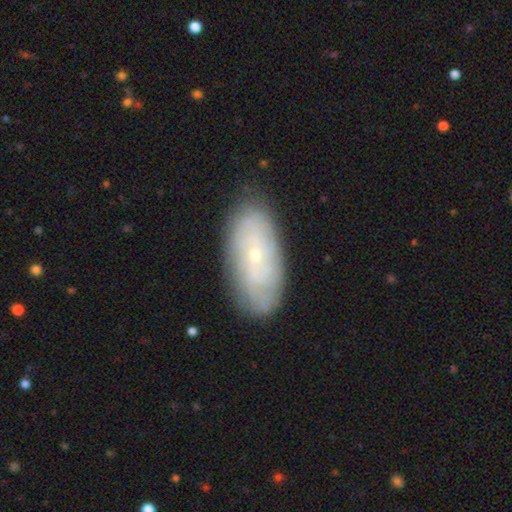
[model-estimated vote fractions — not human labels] This is possibly a featured or disk galaxy (57%). It is clearly not viewed edge-on (90%). Bar: clearly no (82%). Spiral arm pattern: likely yes (68%). Central bulge: clearly small (81%). Merging: clearly none (82%).